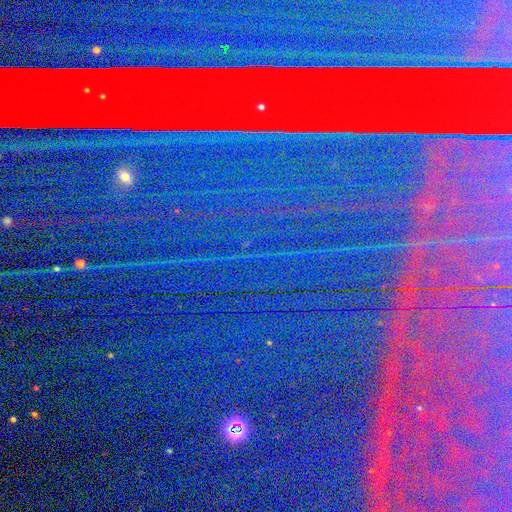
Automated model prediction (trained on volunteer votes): This appears to be a star or artifact, not a galaxy (86%).